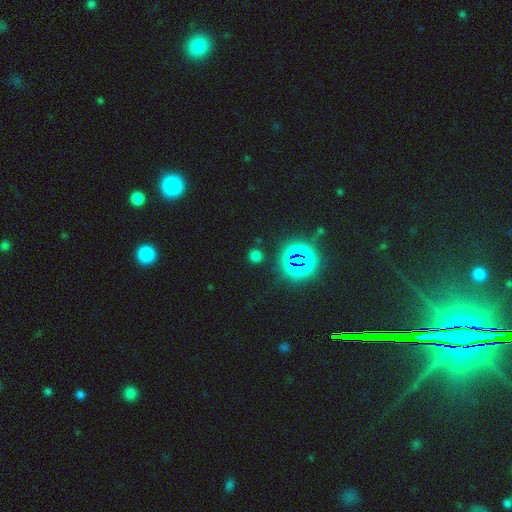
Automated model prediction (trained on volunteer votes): Smooth or featured?
  - smooth: 58% *
  - star or artifact: 37%
  - featured or disk: 5%
How rounded?
  - round: 89% *
  - in between: 9%
  - cigar-shaped: 1%
Merging?
  - none: 86% *
  - minor disturbance: 8%
  - major disturbance: 3%
  - merger: 3%